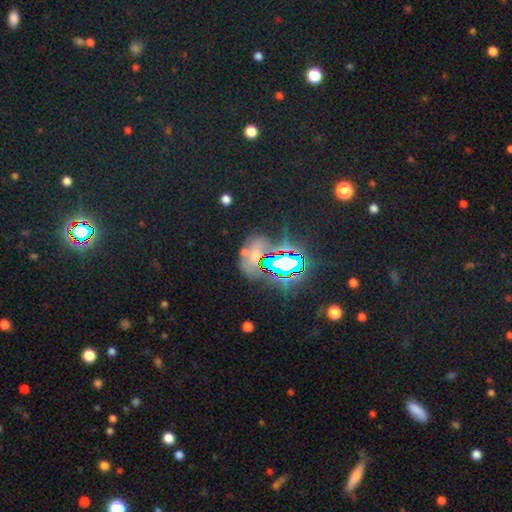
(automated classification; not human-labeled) Overall: star or artifact (65%).